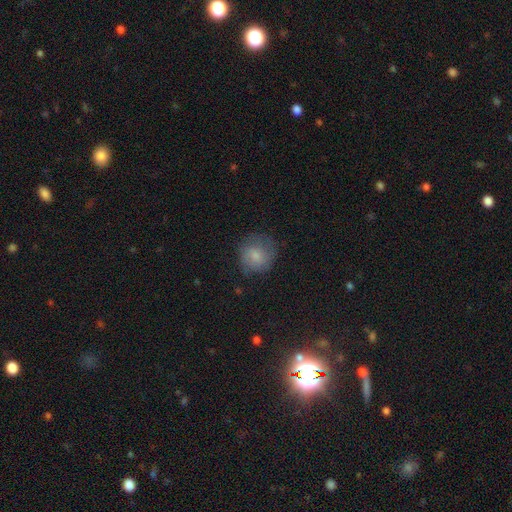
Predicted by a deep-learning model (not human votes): A smooth galaxy with no disk features (76%) that is round (84%).

Vote fractions:
- Smooth or featured? smooth: 76% / featured or disk: 16% / star or artifact: 8%
- How rounded? round: 84% / in between: 15% / cigar-shaped: 1%
- Merging? none: 71% / minor disturbance: 20% / major disturbance: 7% / merger: 1%